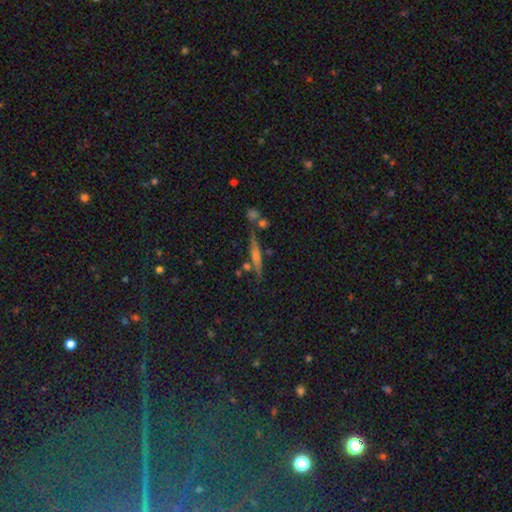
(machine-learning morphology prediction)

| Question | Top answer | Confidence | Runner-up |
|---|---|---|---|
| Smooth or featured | featured or disk | 59% | smooth (25%) |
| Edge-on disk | yes | 94% | no (6%) |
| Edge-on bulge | rounded | 56% | none (30%) |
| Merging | none | 79% | minor disturbance (11%) |